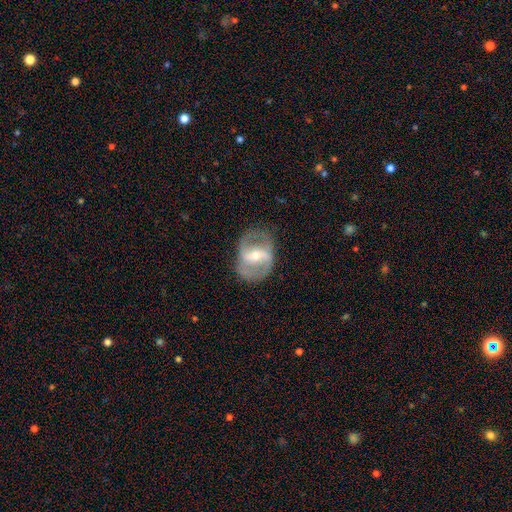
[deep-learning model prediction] Q: Smooth or featured?
A: featured or disk (83%); runner-up: smooth (12%)
Q: Edge-on disk?
A: no (96%); runner-up: yes (4%)
Q: Bar?
A: strong (52%); runner-up: weak (34%)
Q: Spiral arms?
A: yes (82%); runner-up: no (18%)
Q: Spiral winding?
A: medium (46%); runner-up: loose (35%)
Q: Spiral arm count?
A: 2 (87%); runner-up: can't tell (7%)
Q: Bulge size?
A: moderate (50%); runner-up: small (46%)
Q: Merging?
A: none (76%); runner-up: minor disturbance (15%)